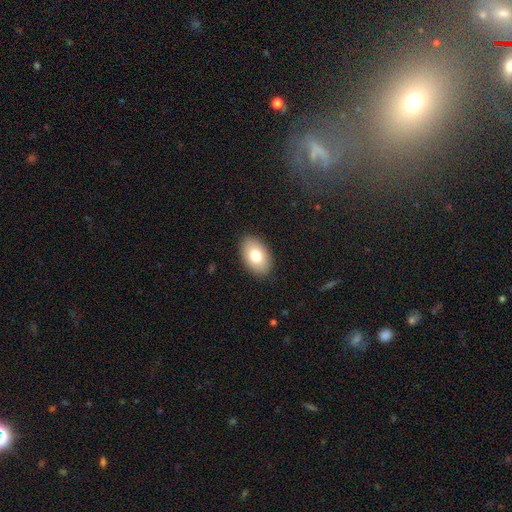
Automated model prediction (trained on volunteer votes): Morphology: type=smooth (76%); roundness=in between (92%); merging=none (89%).